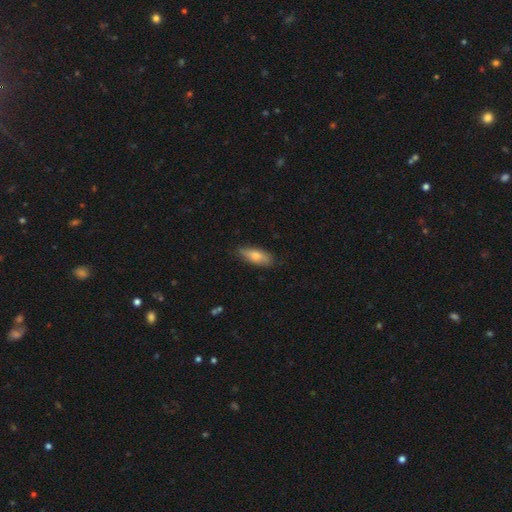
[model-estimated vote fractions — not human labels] Morphology: type=smooth (75%); roundness=in between (65%); merging=none (78%).